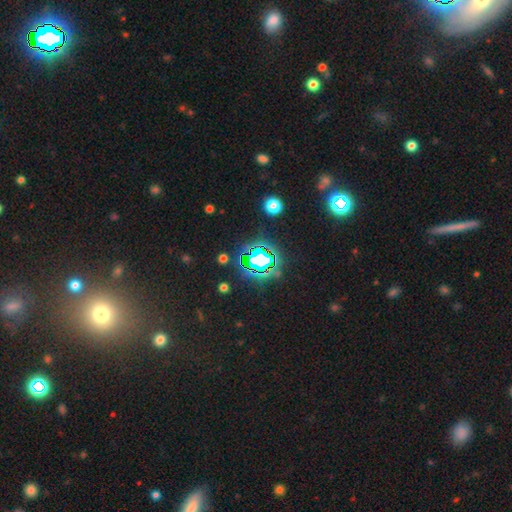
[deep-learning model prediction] Morphology: type=star or artifact (73%).